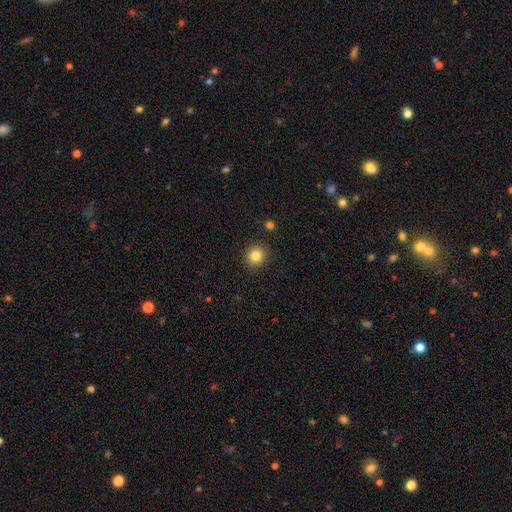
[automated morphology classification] Smooth or featured?
  - smooth: 83% *
  - star or artifact: 11%
  - featured or disk: 5%
How rounded?
  - round: 90% *
  - in between: 10%
  - cigar-shaped: 1%
Merging?
  - none: 91% *
  - minor disturbance: 6%
  - major disturbance: 2%
  - merger: 1%